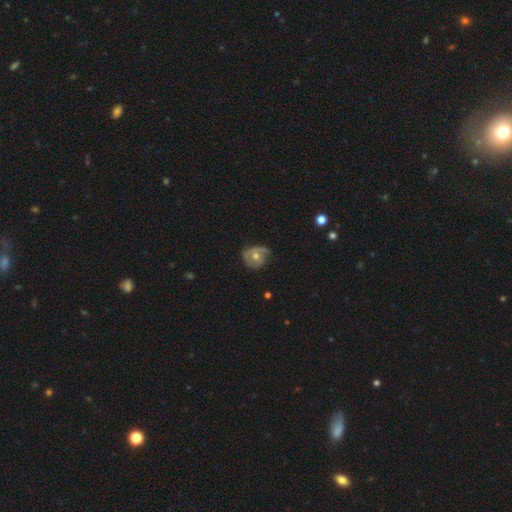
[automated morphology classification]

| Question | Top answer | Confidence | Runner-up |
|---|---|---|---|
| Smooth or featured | featured or disk | 58% | smooth (34%) |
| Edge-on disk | no | 97% | yes (3%) |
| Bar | no | 78% | weak (18%) |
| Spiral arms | yes | 66% | no (34%) |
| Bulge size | moderate | 67% | small (28%) |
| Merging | none | 50% | minor disturbance (33%) |